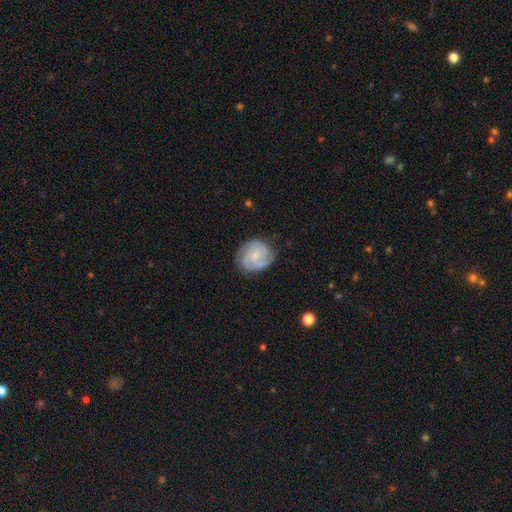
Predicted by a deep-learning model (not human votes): A featured or disk galaxy (80%) with no bar (68%), 2 (37%, tied with 3) tight (64%) spiral arms (97%) and a small central bulge (54%).

Vote fractions:
- Smooth or featured? featured or disk: 80% / smooth: 15% / star or artifact: 5%
- Edge-on disk? no: 98% / yes: 2%
- Bar? no: 68% / weak: 28% / strong: 4%
- Spiral arms? yes: 97% / no: 3%
- Spiral winding? tight: 64% / medium: 31% / loose: 6%
- Spiral arm count? 2: 37% (tied) / 3: 37% (tied) / can't tell: 14% / 4: 5% / 1: 4% / more than 4: 4%
- Bulge size? small: 54% / moderate: 24% / none: 18% / large: 3% / dominant: 1%
- Merging? none: 77% / minor disturbance: 16% / major disturbance: 5% / merger: 1%